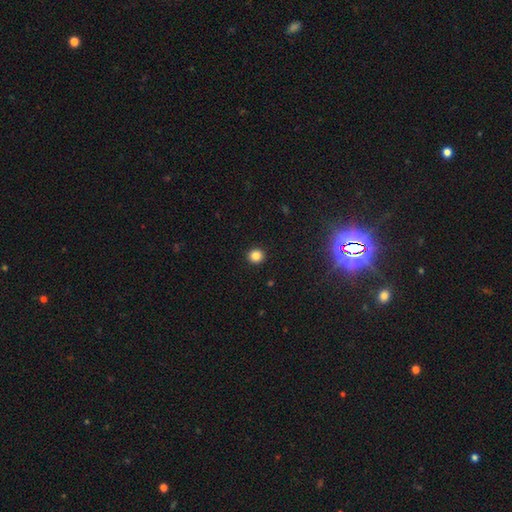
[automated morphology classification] Smooth or featured: smooth — 85% (star or artifact — 12%)
How rounded: round — 93% (in between — 6%)
Merging: none — 93% (minor disturbance — 4%)